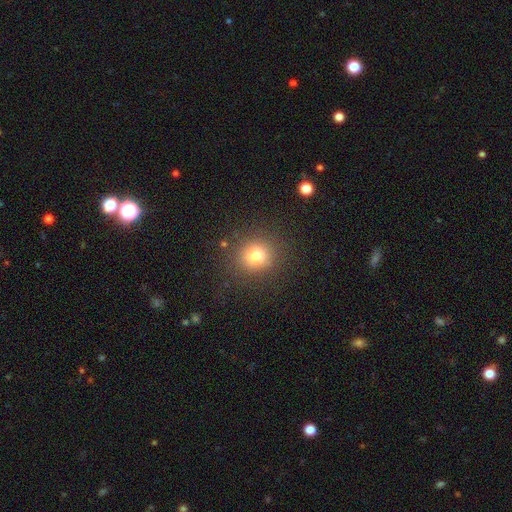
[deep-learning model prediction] smooth_or_featured: smooth (p=0.77) [alt: star or artifact p=0.15]
how_rounded: round (p=0.87) [alt: in between p=0.12]
merging: none (p=0.87) [alt: minor disturbance p=0.08]